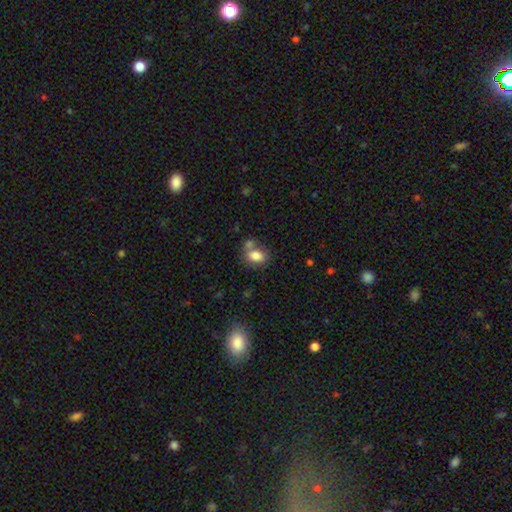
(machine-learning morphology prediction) A smooth galaxy with no disk features (81%) that is in between round and cigar-shaped (77%). Merging: none (53%).